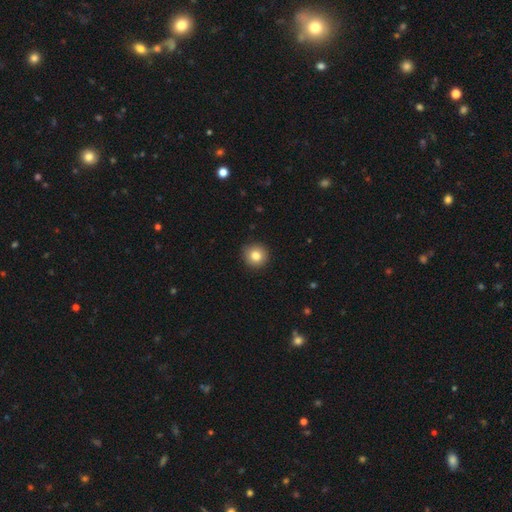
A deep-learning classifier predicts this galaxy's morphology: smooth 82%, star or artifact 10%, featured or disk 8%. Down the decision tree: how rounded — round (94%); merging — none (91%).